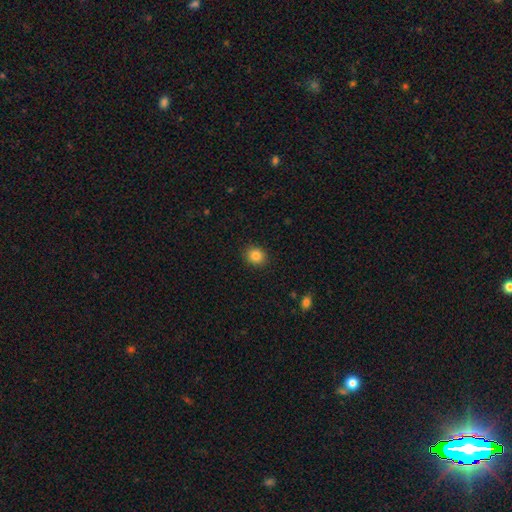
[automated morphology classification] A smooth galaxy with no disk features (85%) that is round (79%). Merging: none (91%).